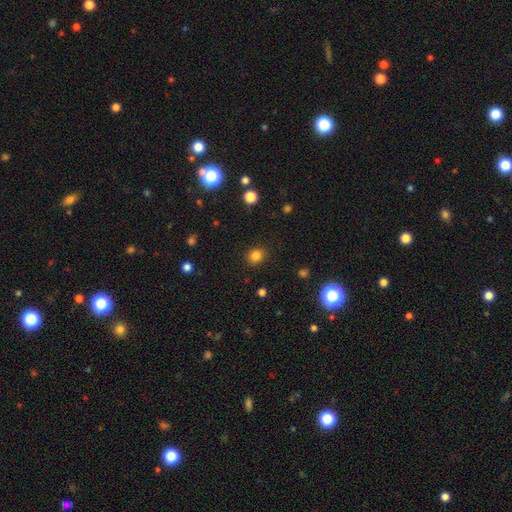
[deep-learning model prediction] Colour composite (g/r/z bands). It shows a smooth galaxy with no disk features (83%) that is round (83%). Merging: none (90%).